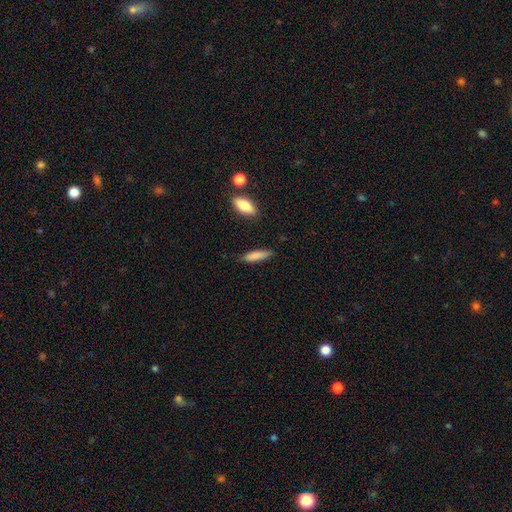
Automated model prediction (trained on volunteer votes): Smooth or featured? Predicted: smooth (p=0.84). How rounded? Predicted: cigar-shaped (p=0.70). Merging? Predicted: none (p=0.80).